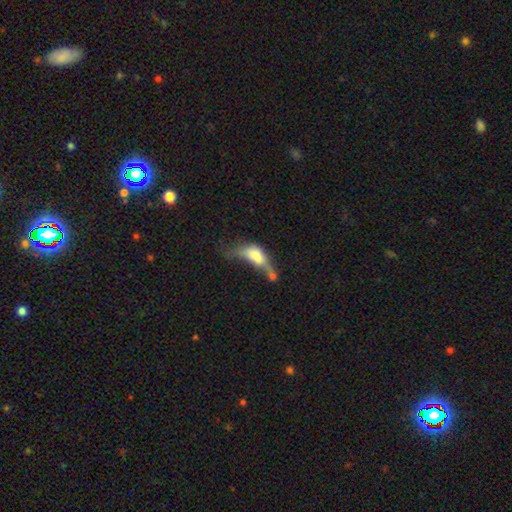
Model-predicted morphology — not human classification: A smooth galaxy with no disk features (54%) that is in between round and cigar-shaped (73%). Merging: merger (40%).